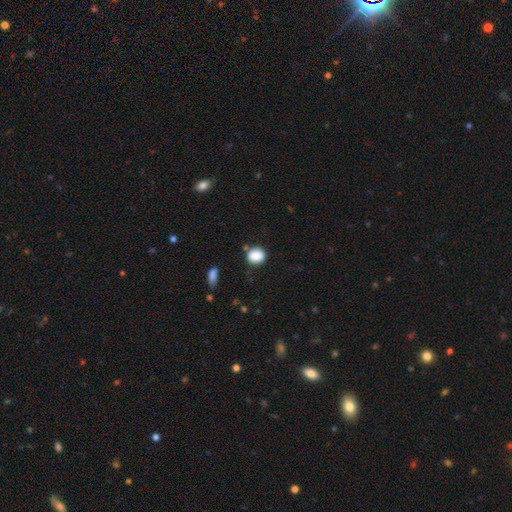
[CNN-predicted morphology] Overall: smooth (87%). How rounded: round (72%). Merging: none (77%).